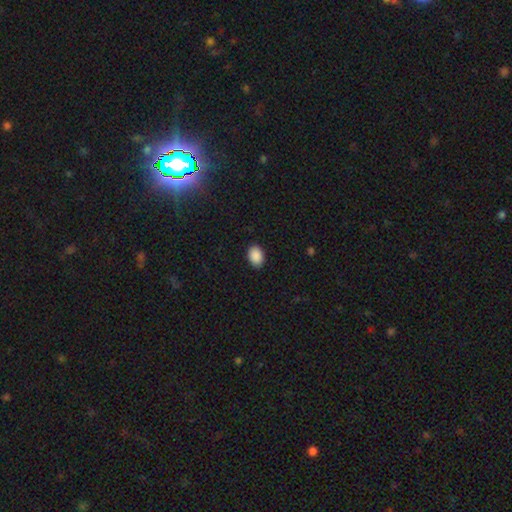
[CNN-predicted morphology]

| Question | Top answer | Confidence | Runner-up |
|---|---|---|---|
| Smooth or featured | smooth | 90% | star or artifact (8%) |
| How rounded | in between | 80% | round (19%) |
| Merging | none | 90% | minor disturbance (8%) |